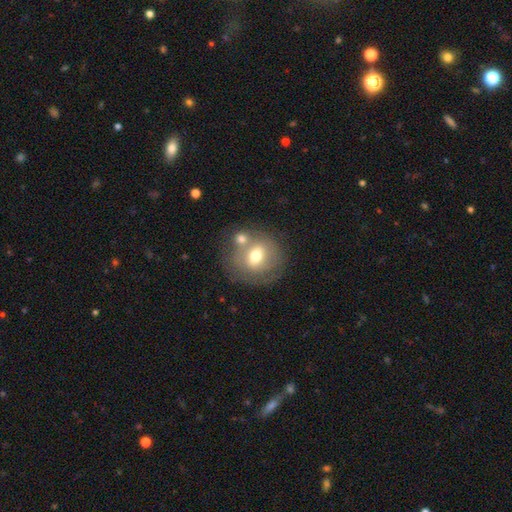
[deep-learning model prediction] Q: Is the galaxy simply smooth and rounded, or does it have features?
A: smooth — 57%.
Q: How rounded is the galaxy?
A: round — 77%.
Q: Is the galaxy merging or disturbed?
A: none — 56%.